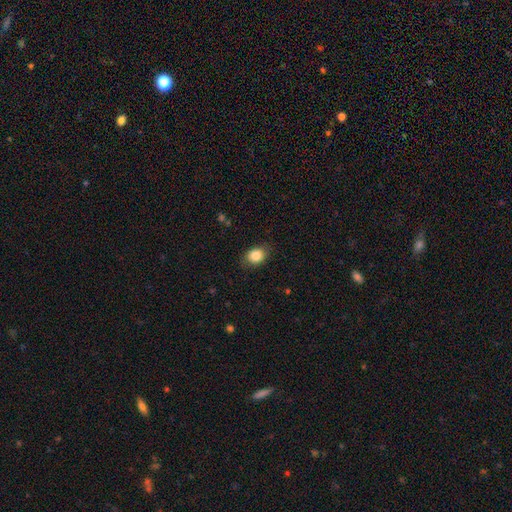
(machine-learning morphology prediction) Smooth or featured? smooth (85%)
How rounded? in between (60%)
Merging? none (81%)